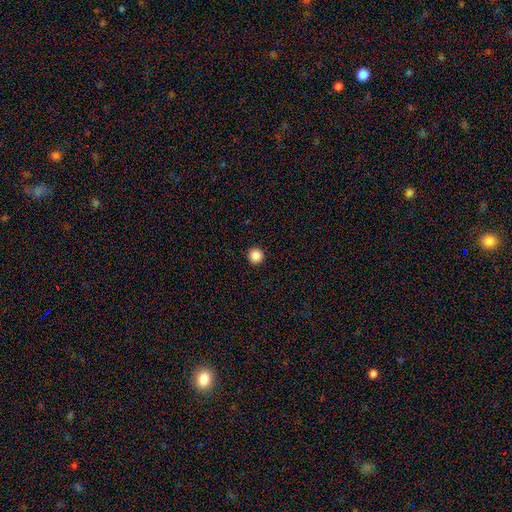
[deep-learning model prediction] smooth_or_featured: smooth (p=0.87) [alt: star or artifact p=0.10]
how_rounded: round (p=0.96) [alt: in between p=0.03]
merging: none (p=0.94) [alt: minor disturbance p=0.04]